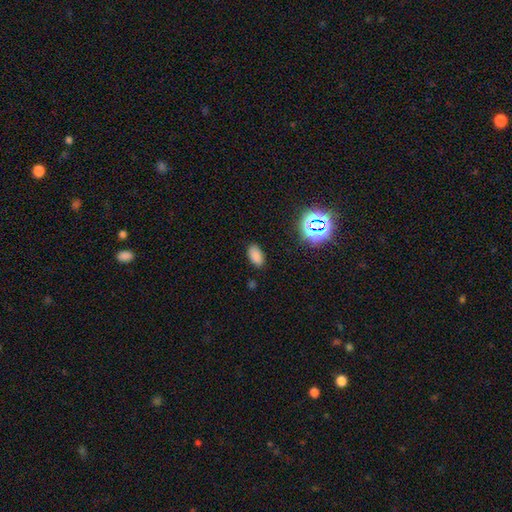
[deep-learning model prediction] The model was most divided on "smooth or featured": smooth: 80%, star or artifact: 15%, featured or disk: 4%. More confident: how rounded — in between (93%); merging — none (86%).